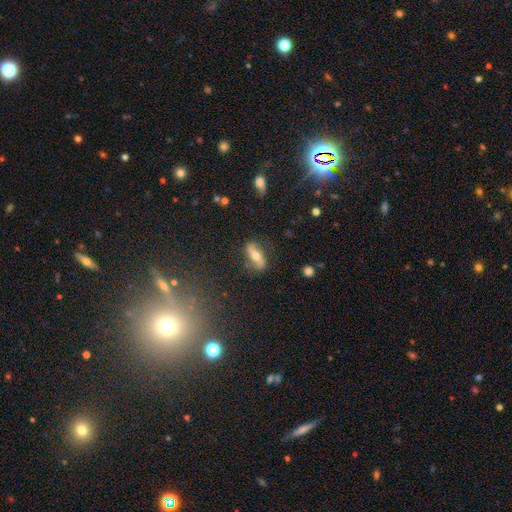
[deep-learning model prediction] Smooth or featured? Predicted: featured or disk (p=0.57). Edge-on disk? Predicted: no (p=0.74). Merging? Predicted: none (p=0.79).